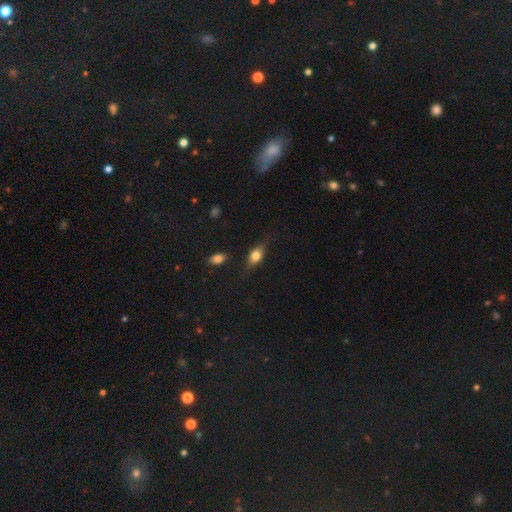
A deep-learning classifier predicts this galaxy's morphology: Smooth or featured: smooth — 71% (featured or disk — 21%)
How rounded: in between — 77% (round — 13%)
Merging: none — 73% (minor disturbance — 19%)